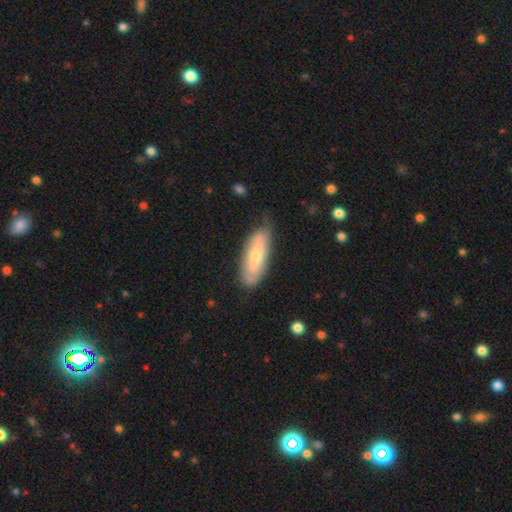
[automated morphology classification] Smooth or featured? Predicted: smooth (p=0.56). How rounded? Predicted: in between (p=0.65). Merging? Predicted: none (p=0.70).